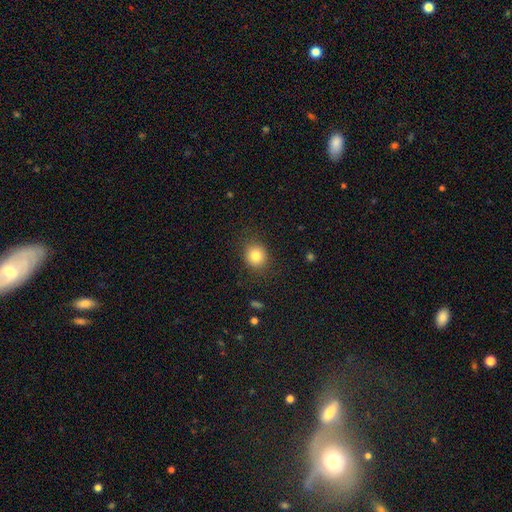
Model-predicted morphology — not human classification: A smooth galaxy with no disk features (82%) that is round (81%).

Vote fractions:
- Smooth or featured? smooth: 82% / star or artifact: 11% / featured or disk: 7%
- How rounded? round: 81% / in between: 18% / cigar-shaped: 1%
- Merging? none: 85% / minor disturbance: 10% / major disturbance: 4% / merger: 1%